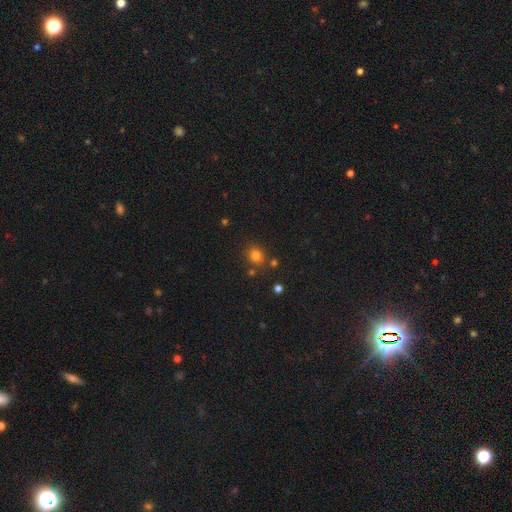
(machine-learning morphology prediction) type=smooth (77%); roundness=round (78%); merging=none (77%).